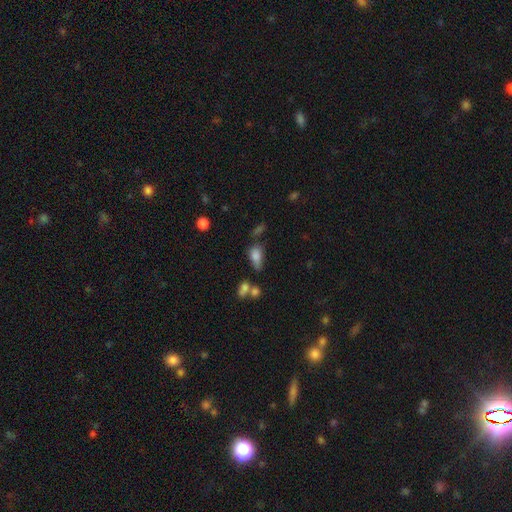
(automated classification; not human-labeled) Q: Smooth or featured?
A: smooth (78%); runner-up: star or artifact (11%)
Q: How rounded?
A: in between (85%); runner-up: round (8%)
Q: Merging?
A: none (41%); runner-up: minor disturbance (28%)